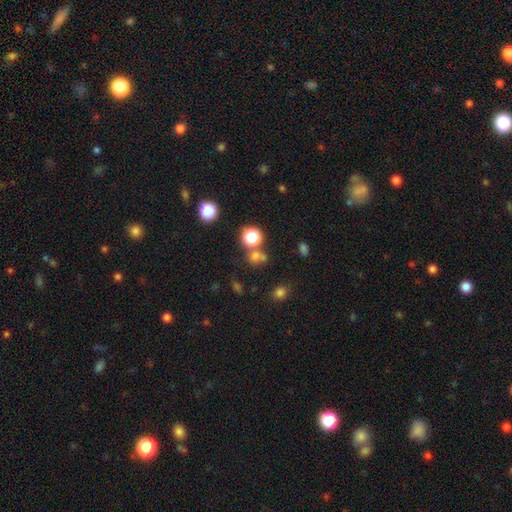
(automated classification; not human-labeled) smooth 66%, star or artifact 27%, featured or disk 8%. Down the decision tree: how rounded — round (84%); merging — none (60%).